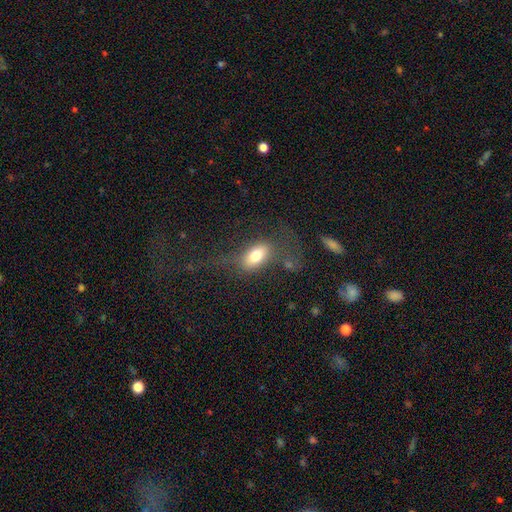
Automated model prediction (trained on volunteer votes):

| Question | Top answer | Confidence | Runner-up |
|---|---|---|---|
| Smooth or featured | smooth | 69% | featured or disk (23%) |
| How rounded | in between | 85% | round (7%) |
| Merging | none | 50% | major disturbance (26%) |